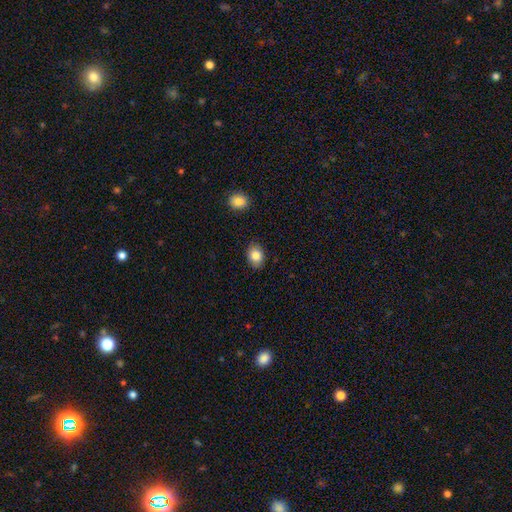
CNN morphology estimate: A smooth galaxy with no disk features (85%) that is in between round and cigar-shaped (66%). Merging: none (85%).